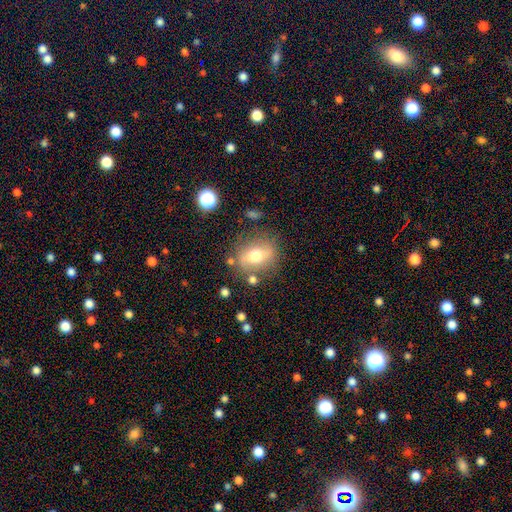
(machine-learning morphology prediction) type=smooth (55%); roundness=in between (54%); merging=none (75%).